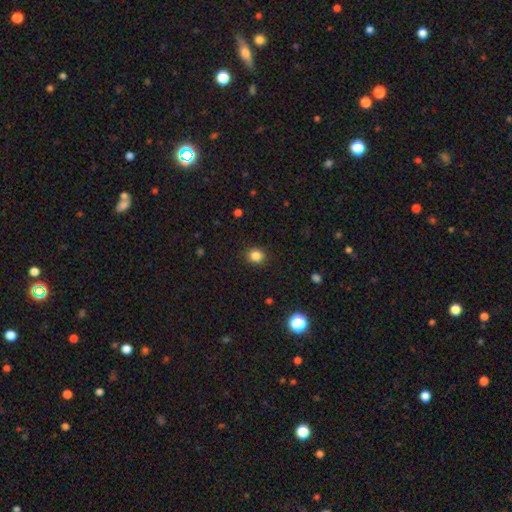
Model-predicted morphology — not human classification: Smooth or featured? Predicted: smooth (p=0.84). How rounded? Predicted: round (p=0.85). Merging? Predicted: none (p=0.91).